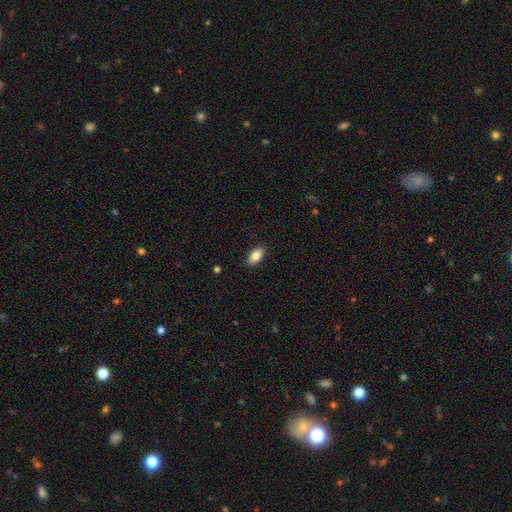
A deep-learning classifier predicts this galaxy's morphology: smooth_or_featured: smooth (p=0.86) [alt: star or artifact p=0.07]
how_rounded: in between (p=0.92) [alt: cigar-shaped p=0.04]
merging: none (p=0.89) [alt: minor disturbance p=0.08]